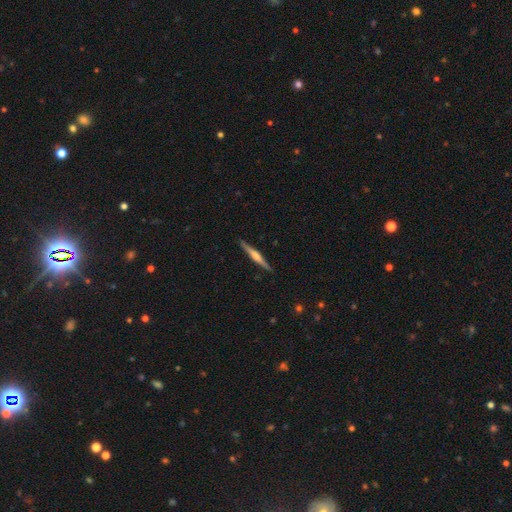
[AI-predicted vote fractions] Morphology: type=featured or disk (69%); edge-on=yes (98%); edge-on bulge=rounded (67%); merging=none (90%).